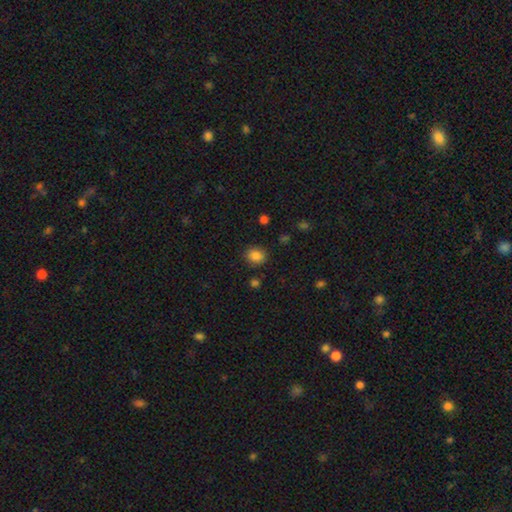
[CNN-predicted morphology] Overall: smooth (85%). How rounded: round (65%; in between 34%). Merging: none (84%).